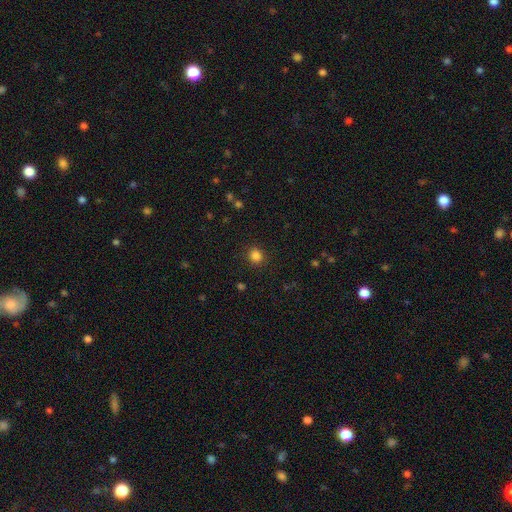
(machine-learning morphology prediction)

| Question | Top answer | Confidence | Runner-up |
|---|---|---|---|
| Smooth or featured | smooth | 84% | star or artifact (12%) |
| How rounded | round | 81% | in between (18%) |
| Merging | none | 89% | minor disturbance (7%) |